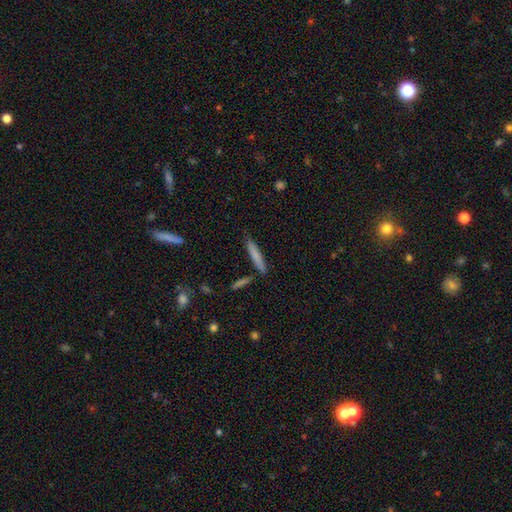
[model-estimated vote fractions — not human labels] A smooth galaxy with no disk features (74%) that is cigar-shaped (93%). Merging: none (85%).